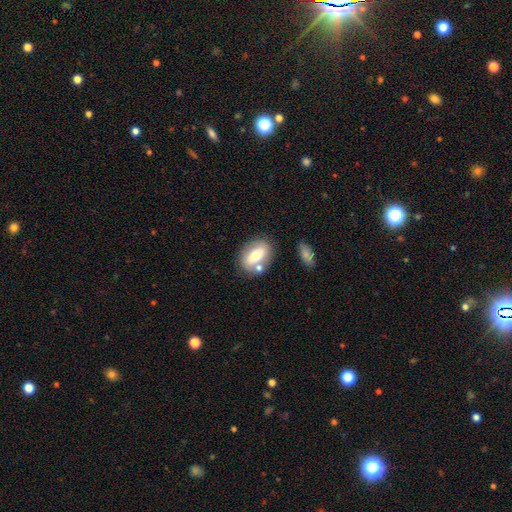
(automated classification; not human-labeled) Smooth or featured? Predicted: smooth (p=0.64). How rounded? Predicted: in between (p=0.84). Merging? Predicted: none (p=0.63).